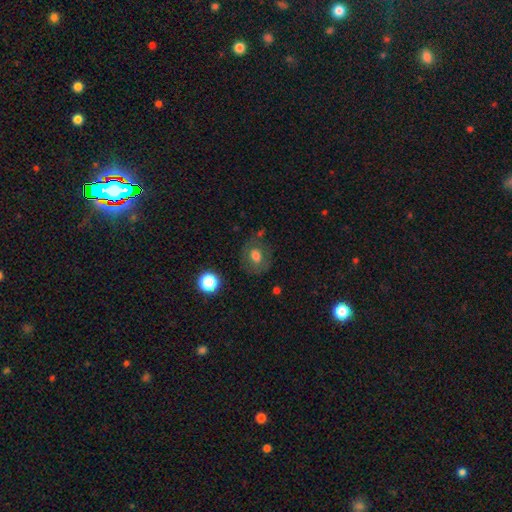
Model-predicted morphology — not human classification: This is likely a smooth galaxy (66%). How rounded: likely round (62%). Merging: likely none (71%).